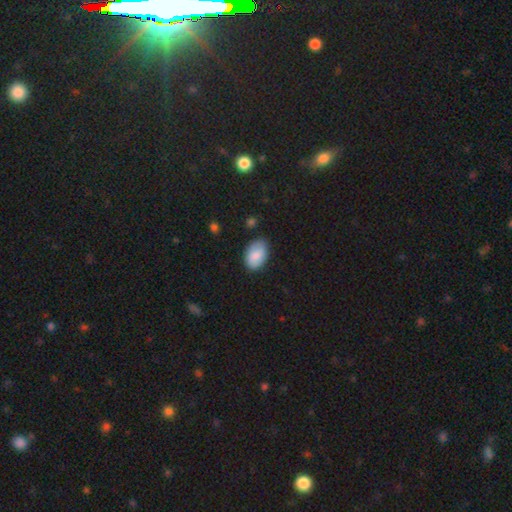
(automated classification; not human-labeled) Smooth or featured? Predicted: smooth (p=0.86). How rounded? Predicted: in between (p=0.91). Merging? Predicted: none (p=0.80).